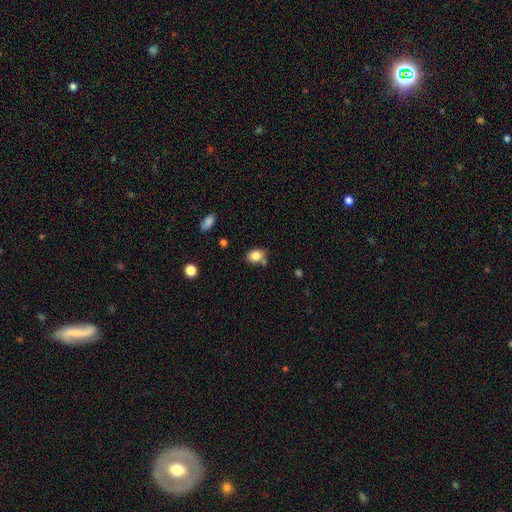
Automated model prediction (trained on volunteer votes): A smooth galaxy with no disk features (83%) that is in between round and cigar-shaped (60%). Merging: none (64%).